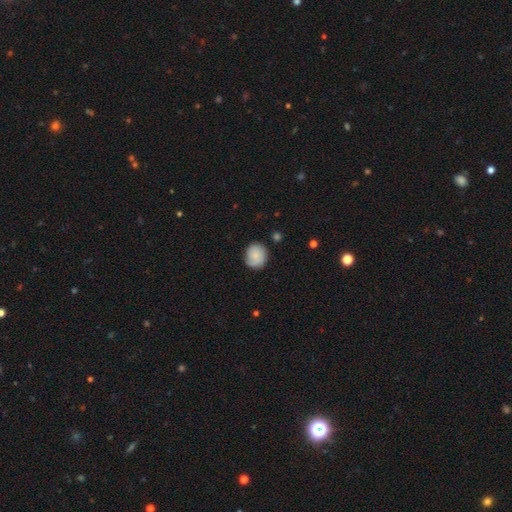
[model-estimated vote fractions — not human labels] Smooth or featured?
  - smooth: 77% *
  - featured or disk: 15%
  - star or artifact: 7%
How rounded?
  - round: 76% *
  - in between: 23%
  - cigar-shaped: 1%
Merging?
  - none: 76% *
  - minor disturbance: 18%
  - major disturbance: 4%
  - merger: 2%